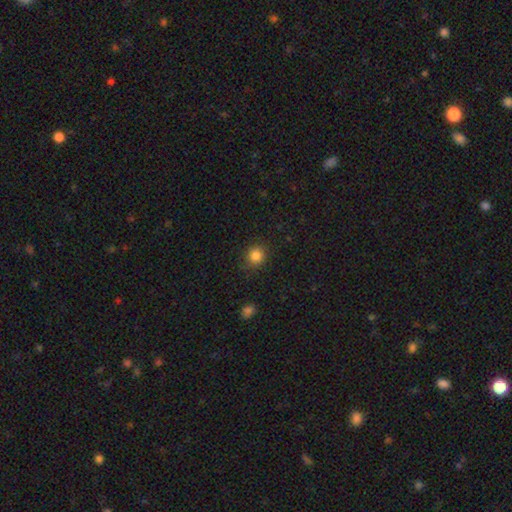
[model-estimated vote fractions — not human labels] Overall: smooth (84%). How rounded: round (86%). Merging: none (82%).